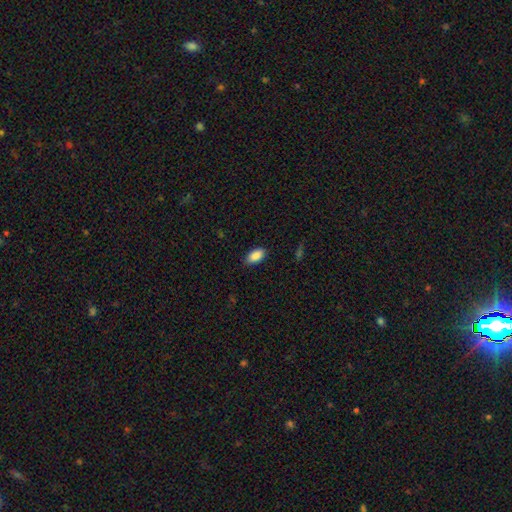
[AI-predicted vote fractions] A smooth galaxy with no disk features (89%) that is in between round and cigar-shaped (94%). Merging: none (87%).